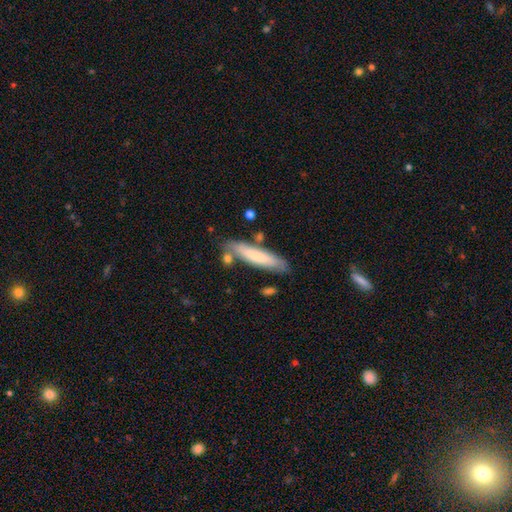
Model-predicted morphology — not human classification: smooth 69%, featured or disk 25%, star or artifact 6%. Down the decision tree: how rounded — cigar-shaped (81%); merging — none (74%).